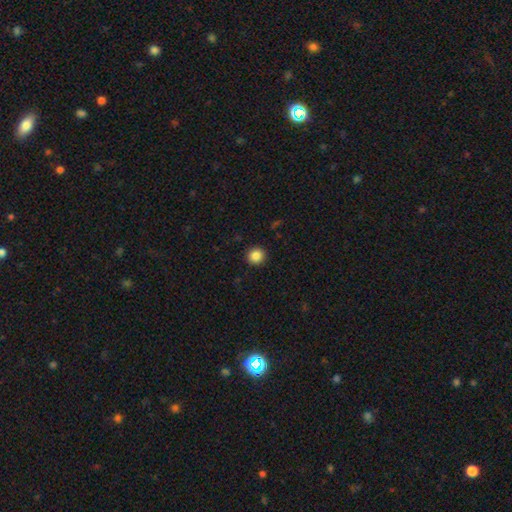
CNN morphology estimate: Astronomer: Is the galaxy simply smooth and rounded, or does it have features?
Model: smooth — 86%.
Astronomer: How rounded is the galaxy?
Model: round — 92%.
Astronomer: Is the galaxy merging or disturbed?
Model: none — 92%.